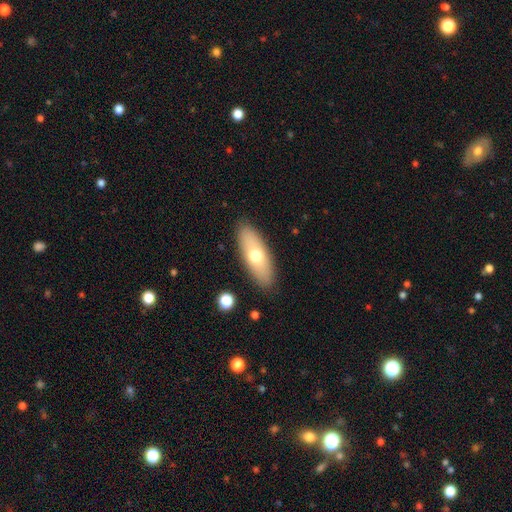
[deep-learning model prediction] Q: Smooth or featured?
A: smooth (64%); runner-up: featured or disk (29%)
Q: How rounded?
A: in between (72%); runner-up: cigar-shaped (25%)
Q: Merging?
A: none (87%); runner-up: minor disturbance (9%)